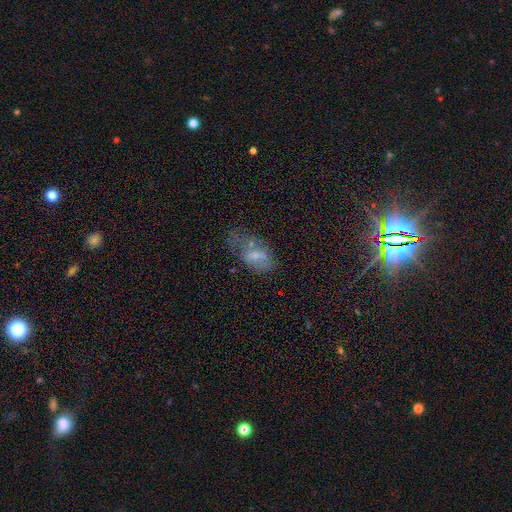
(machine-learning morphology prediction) Overall: smooth (55%; featured or disk 31%). How rounded: in between (89%). Merging: none (36%; major disturbance 28%).